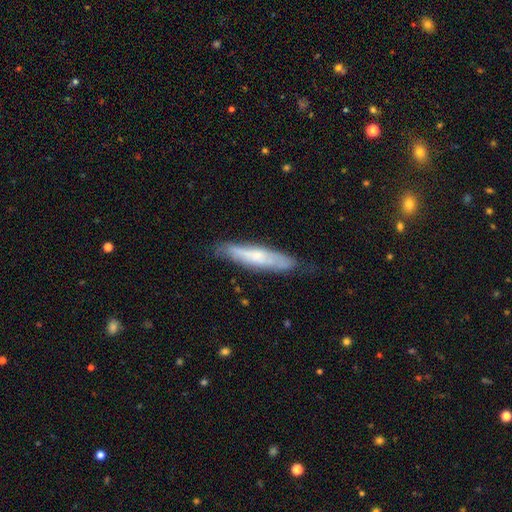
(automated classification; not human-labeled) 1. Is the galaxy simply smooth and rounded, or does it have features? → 47% featured or disk, 46% smooth, 6% star or artifact.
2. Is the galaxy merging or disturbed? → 74% none, 20% minor disturbance, 4% major disturbance, 2% merger.